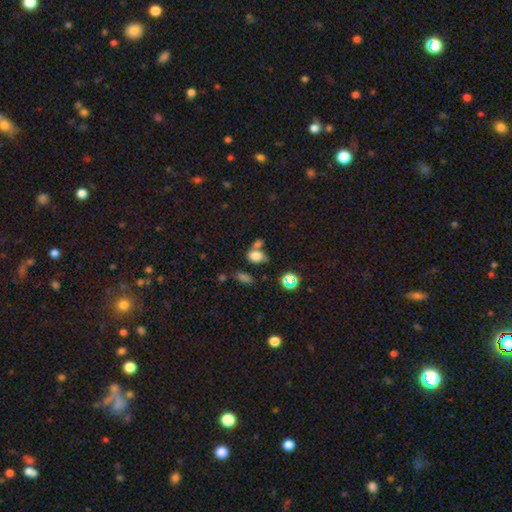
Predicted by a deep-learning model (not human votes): smooth-or-featured: smooth: 73% | star or artifact: 17% | featured or disk: 10%
  how-rounded: in between: 69% | round: 29% | cigar-shaped: 2%
  merging: merger: 41% | none: 40% | minor disturbance: 12% | major disturbance: 7%